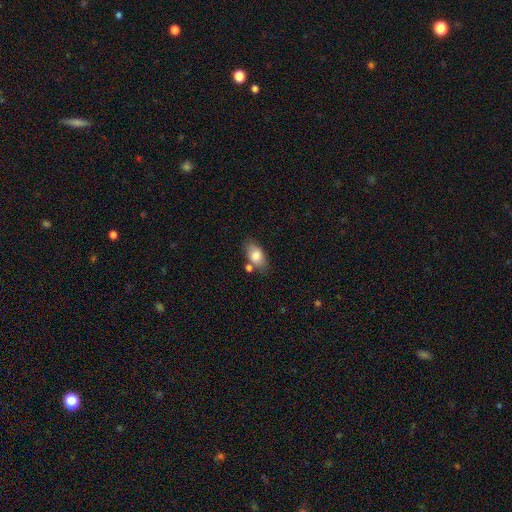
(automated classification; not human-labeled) Smooth or featured? smooth (81%)
How rounded? in between (88%)
Merging? none (69%)